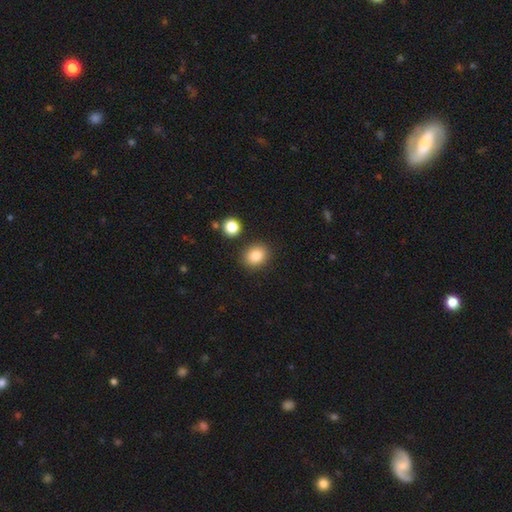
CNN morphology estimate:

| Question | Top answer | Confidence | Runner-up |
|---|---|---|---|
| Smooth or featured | smooth | 84% | star or artifact (10%) |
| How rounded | round | 63% | in between (37%) |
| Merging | none | 86% | minor disturbance (8%) |